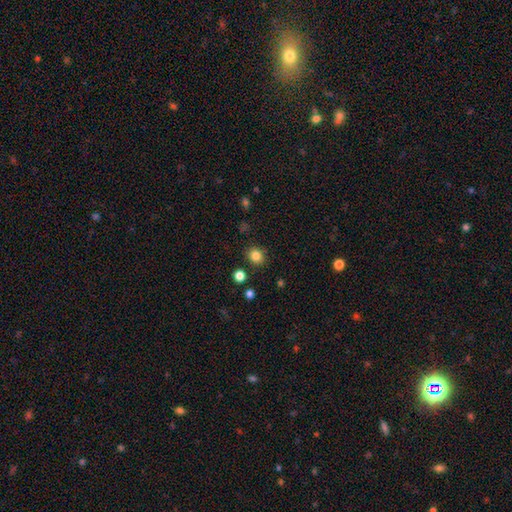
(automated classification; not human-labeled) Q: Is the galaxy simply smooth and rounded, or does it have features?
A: smooth — 83%.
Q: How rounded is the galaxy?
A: round — 81%.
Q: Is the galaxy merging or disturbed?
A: none — 87%.